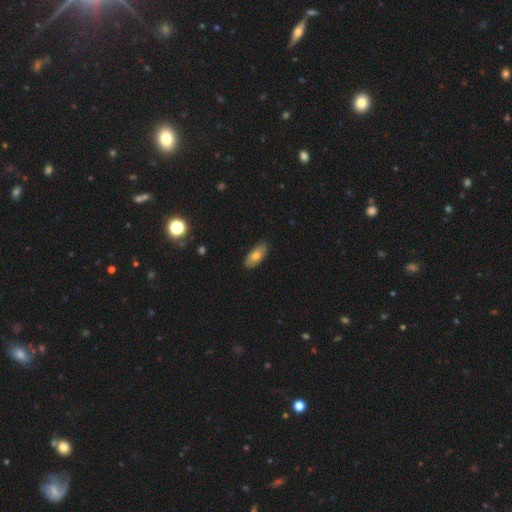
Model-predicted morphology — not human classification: A smooth galaxy with no disk features (70%) that is in between round and cigar-shaped (89%).

Vote fractions:
- Smooth or featured? smooth: 70% / featured or disk: 23% / star or artifact: 7%
- How rounded? in between: 89% / cigar-shaped: 8% / round: 3%
- Merging? none: 86% / minor disturbance: 11% / major disturbance: 2% / merger: 1%